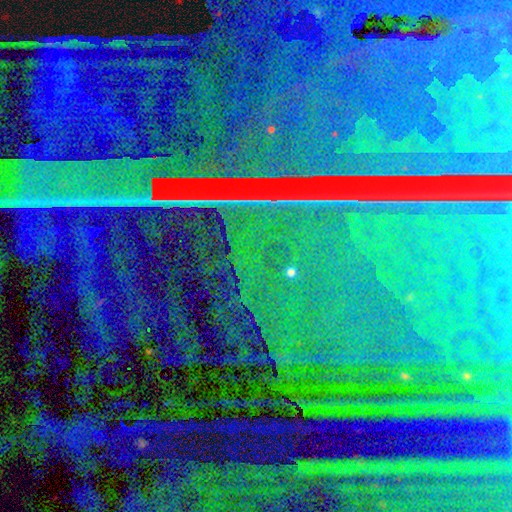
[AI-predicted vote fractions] smooth-or-featured: star or artifact: 88% | featured or disk: 7% | smooth: 5%